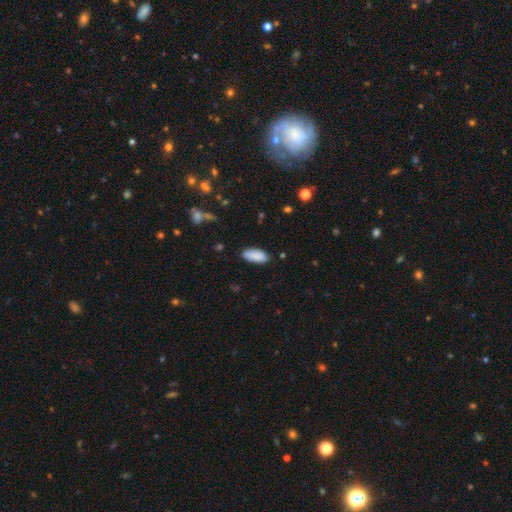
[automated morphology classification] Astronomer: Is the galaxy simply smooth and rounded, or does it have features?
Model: smooth — 89%.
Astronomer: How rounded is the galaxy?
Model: in between — 87%.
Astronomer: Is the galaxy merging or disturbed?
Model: none — 85%.